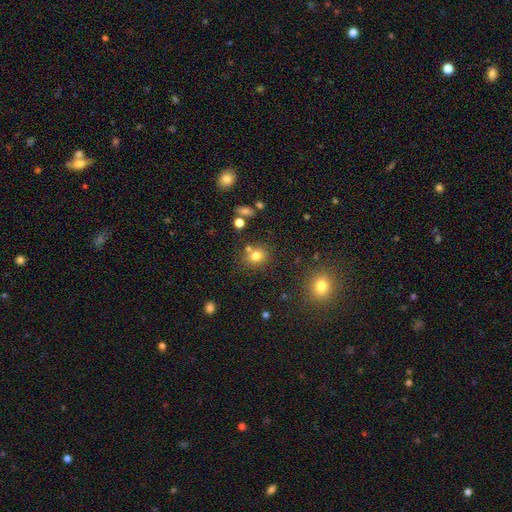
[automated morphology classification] A smooth galaxy with no disk features (76%) that is round (72%).

Vote fractions:
- Smooth or featured? smooth: 76% / star or artifact: 15% / featured or disk: 9%
- How rounded? round: 72% / in between: 27% / cigar-shaped: 1%
- Merging? none: 68% / merger: 16% / minor disturbance: 12% / major disturbance: 4%